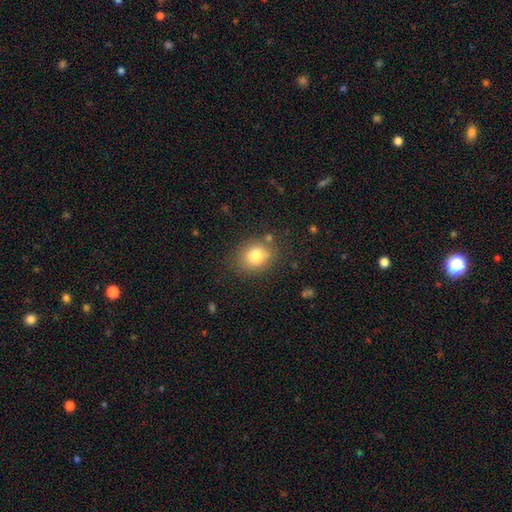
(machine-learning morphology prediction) smooth 79%, star or artifact 11%, featured or disk 10%. Down the decision tree: how rounded — round (64%); merging — none (78%).